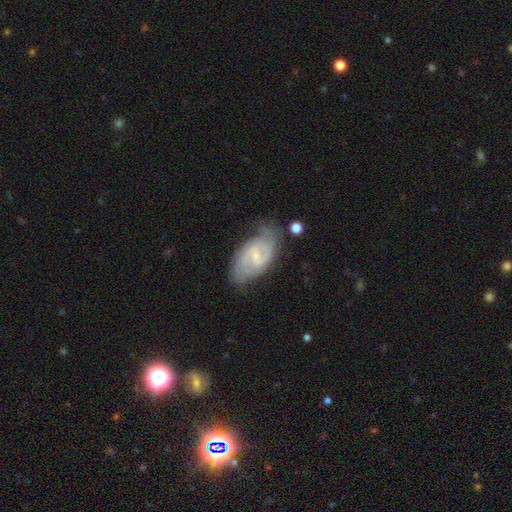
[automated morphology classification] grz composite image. It shows a featured or disk galaxy (82%) with a weak bar (57%), 2 (80%) medium (48%) spiral arms (95%) and a small central bulge (72%). Merging: none (69%).